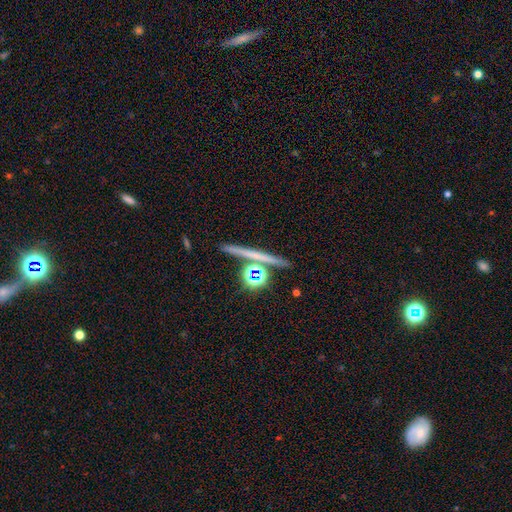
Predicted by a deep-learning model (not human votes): This appears to be a smooth galaxy with no disk features (39%). Merging: none (79%).